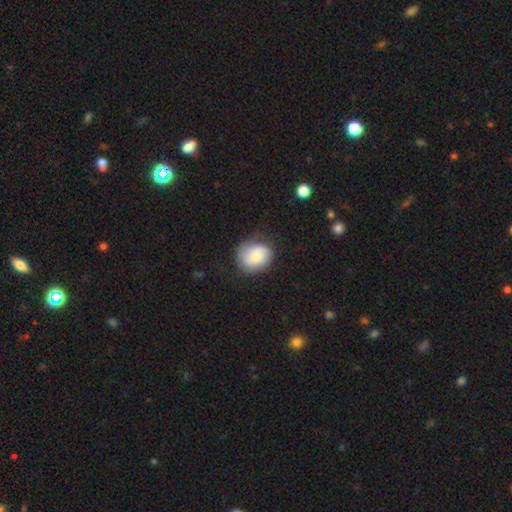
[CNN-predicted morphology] A smooth galaxy with no disk features (71%) that is round (67%).

Vote fractions:
- Smooth or featured? smooth: 71% / featured or disk: 21% / star or artifact: 8%
- How rounded? round: 67% / in between: 33% / cigar-shaped: 1%
- Merging? none: 70% / minor disturbance: 22% / major disturbance: 7% / merger: 2%